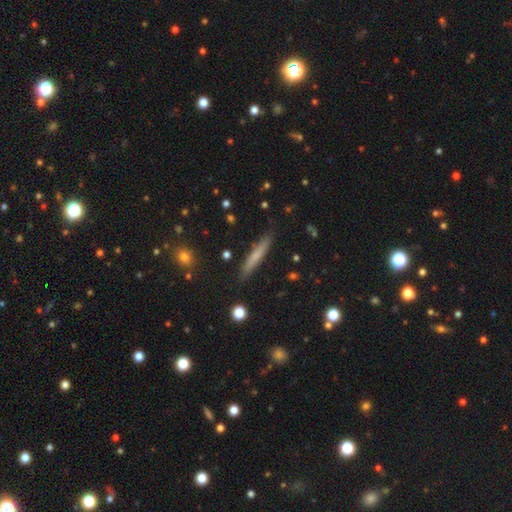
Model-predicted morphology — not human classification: smooth 63%, featured or disk 30%, star or artifact 7%. Down the decision tree: how rounded — cigar-shaped (94%); merging — none (88%).